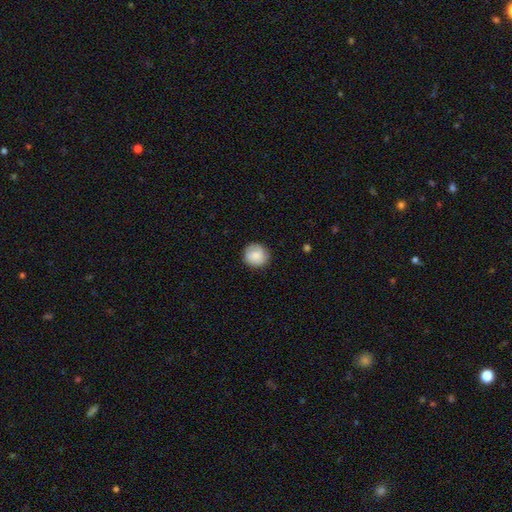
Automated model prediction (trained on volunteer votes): smooth_or_featured: smooth (p=0.84) [alt: featured or disk p=0.09]
how_rounded: round (p=0.92) [alt: in between p=0.07]
merging: none (p=0.86) [alt: minor disturbance p=0.11]